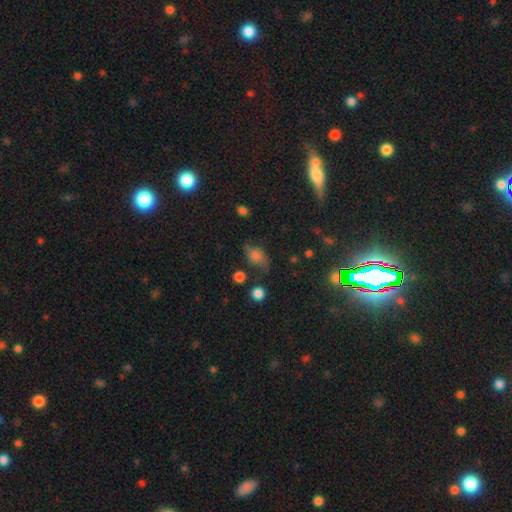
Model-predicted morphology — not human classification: smooth_or_featured: smooth (p=0.57) [alt: featured or disk p=0.25]
how_rounded: in between (p=0.69) [alt: round p=0.27]
merging: none (p=0.54) [alt: minor disturbance p=0.28]